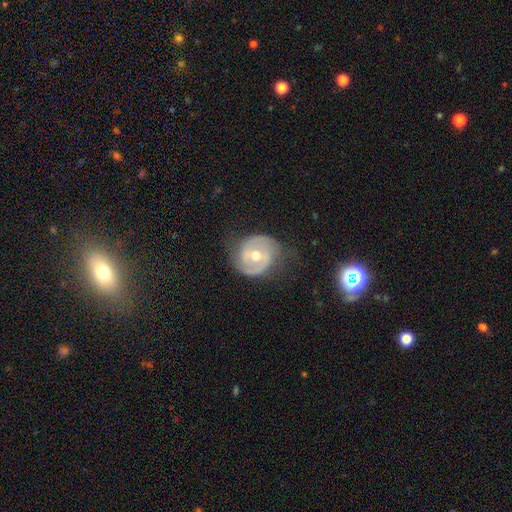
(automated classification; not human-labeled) This is clearly a featured or disk galaxy (82%). It is clearly not viewed edge-on (98%). Bar: marginally weak (44%). Spiral arm pattern: clearly yes (92%). Spiral arm count: clearly 2 (83%). Spiral winding: marginally medium (43%, tied with tight). Central bulge: likely moderate (71%). Merging: likely none (70%).